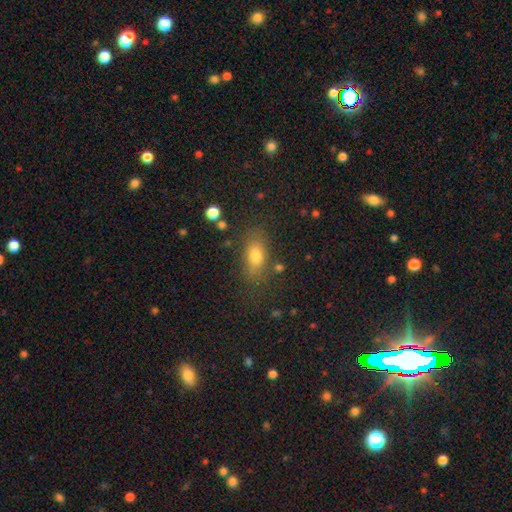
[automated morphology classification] Q: Smooth or featured?
A: smooth (76%); runner-up: featured or disk (12%)
Q: How rounded?
A: in between (81%); runner-up: cigar-shaped (10%)
Q: Merging?
A: none (75%); runner-up: minor disturbance (15%)